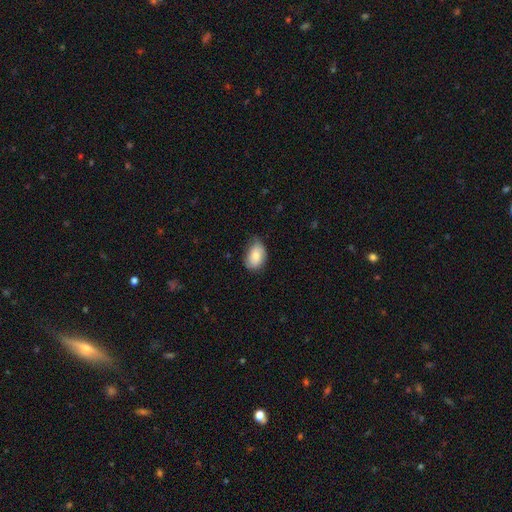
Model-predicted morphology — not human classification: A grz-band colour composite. It shows a smooth galaxy with no disk features (78%) that is in between round and cigar-shaped (84%). Merging: none (62%).